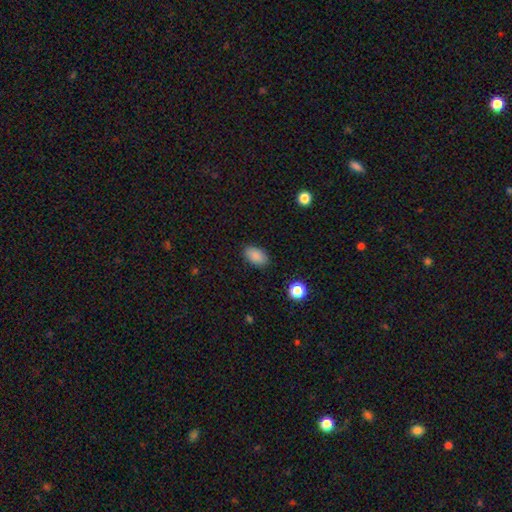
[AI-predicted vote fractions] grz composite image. It shows a smooth galaxy with no disk features (88%) that is in between round and cigar-shaped (92%). Merging: none (87%).